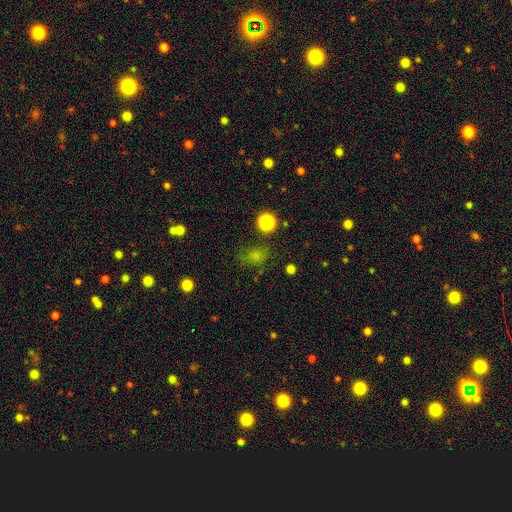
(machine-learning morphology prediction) smooth-or-featured: smooth: 72% | star or artifact: 21% | featured or disk: 7%
  how-rounded: round: 49% (tied) | in between: 49% (tied) | cigar-shaped: 2%
  merging: none: 67% | minor disturbance: 20% | major disturbance: 9% | merger: 4%